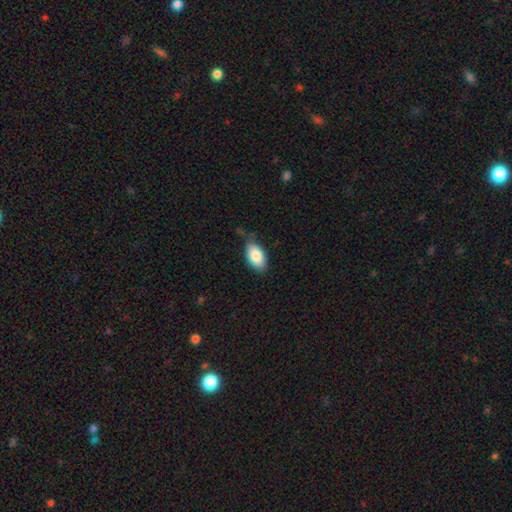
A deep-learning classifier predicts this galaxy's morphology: A smooth galaxy with no disk features (84%) that is in between round and cigar-shaped (94%). Merging: none (68%).